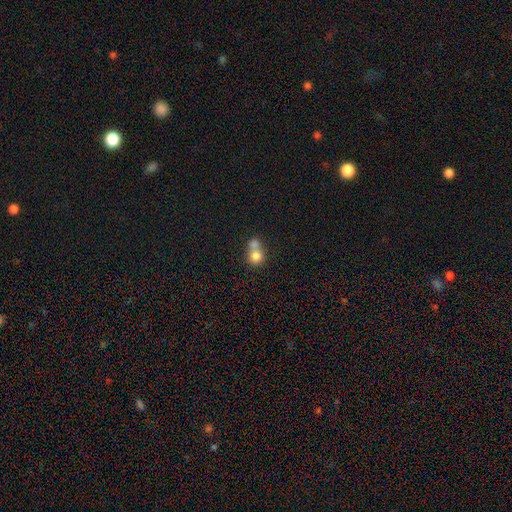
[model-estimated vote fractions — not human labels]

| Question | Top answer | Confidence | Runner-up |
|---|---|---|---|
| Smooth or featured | smooth | 79% | featured or disk (12%) |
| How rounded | round | 82% | in between (17%) |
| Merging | merger | 62% | none (29%) |